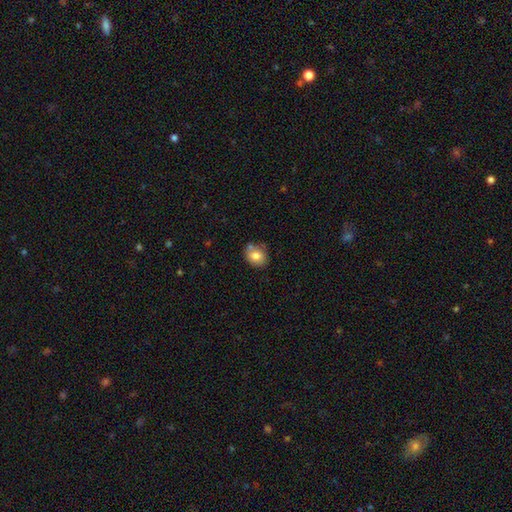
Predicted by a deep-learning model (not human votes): Smooth or featured? Predicted: smooth (p=0.79). How rounded? Predicted: round (p=0.55). Merging? Predicted: none (p=0.66).